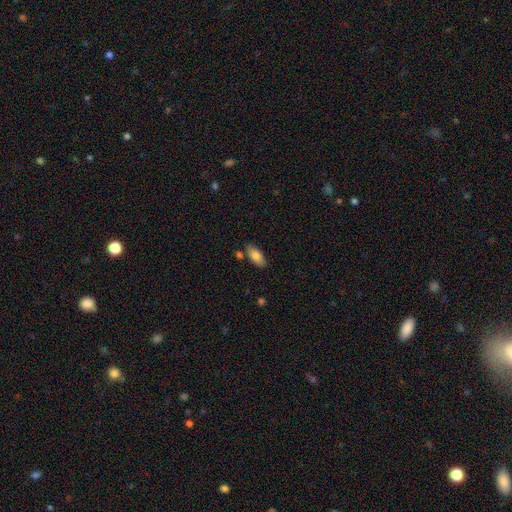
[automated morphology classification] Smooth or featured? smooth (81%)
How rounded? in between (90%)
Merging? none (79%)